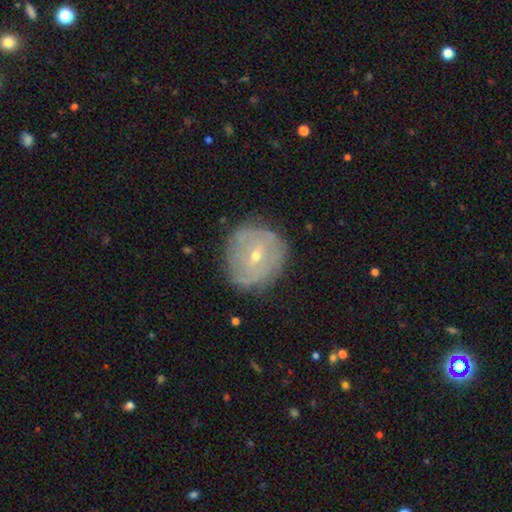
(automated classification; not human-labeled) smooth_or_featured: featured or disk (p=0.67) [alt: smooth p=0.24]
disk_edge_on: no (p=0.96) [alt: yes p=0.04]
bar: no (p=0.47) [alt: weak p=0.42]
has_spiral_arms: yes (p=0.73) [alt: no p=0.27]
bulge_size: small (p=0.66) [alt: moderate p=0.31]
merging: none (p=0.75) [alt: minor disturbance p=0.17]